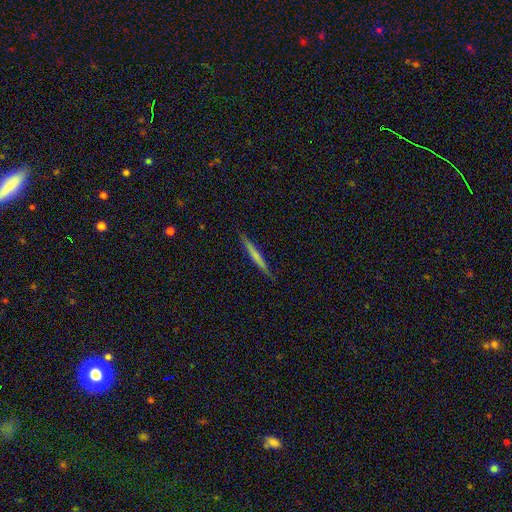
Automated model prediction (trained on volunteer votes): Overall: smooth (57%; featured or disk 38%). How rounded: cigar-shaped (96%). Merging: none (89%).